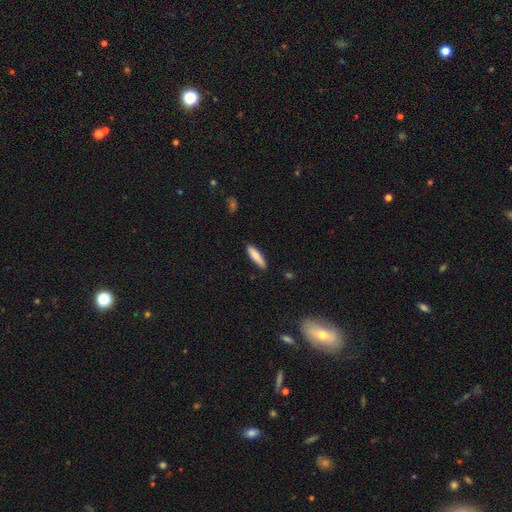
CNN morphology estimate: A smooth galaxy with no disk features (82%) that is cigar-shaped (74%).

Vote fractions:
- Smooth or featured? smooth: 82% / featured or disk: 12% / star or artifact: 6%
- How rounded? cigar-shaped: 74% / in between: 25% / round: 1%
- Merging? none: 87% / minor disturbance: 10% / major disturbance: 2% / merger: 1%